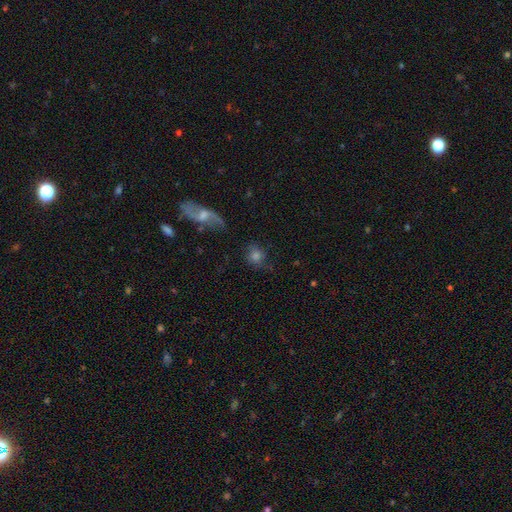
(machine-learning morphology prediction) A smooth galaxy with no disk features (63%) that is round (79%).

Vote fractions:
- Smooth or featured? smooth: 63% / featured or disk: 23% / star or artifact: 14%
- How rounded? round: 79% / in between: 18% / cigar-shaped: 3%
- Merging? none: 68% / minor disturbance: 18% / major disturbance: 10% / merger: 4%